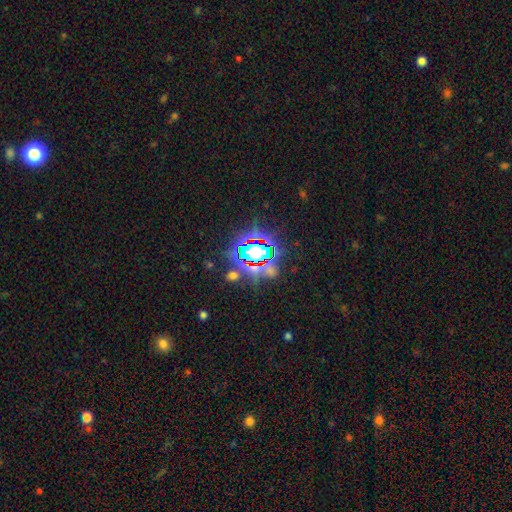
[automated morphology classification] The model was most divided on "smooth or featured": star or artifact: 78%, smooth: 13%, featured or disk: 10%.